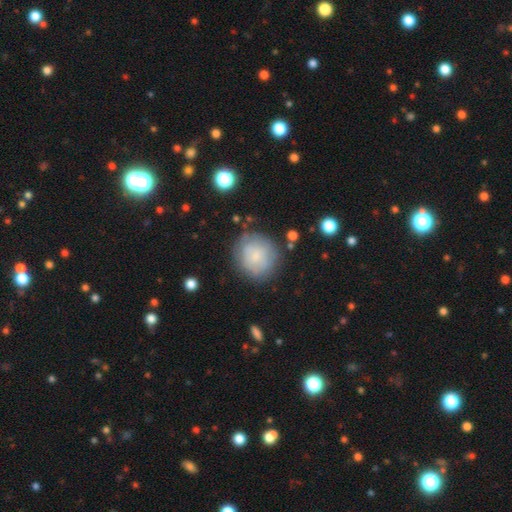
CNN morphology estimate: The model was most divided on "smooth or featured": smooth: 68%, featured or disk: 23%, star or artifact: 8%. More confident: how rounded — round (87%); merging — none (73%).